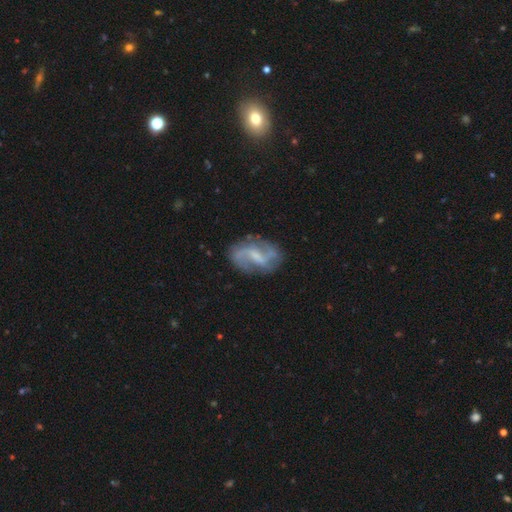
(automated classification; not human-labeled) The model was most divided on "bulge size": small: 39%, none: 30%, moderate: 27%, large: 3%, dominant: 1%. More confident: edge-on disk — no (97%); spiral arms — yes (93%); spiral arm count — 2 (81%); smooth or featured — featured or disk (80%); merging — none (73%); bar — weak (55%); spiral winding — loose (52%).